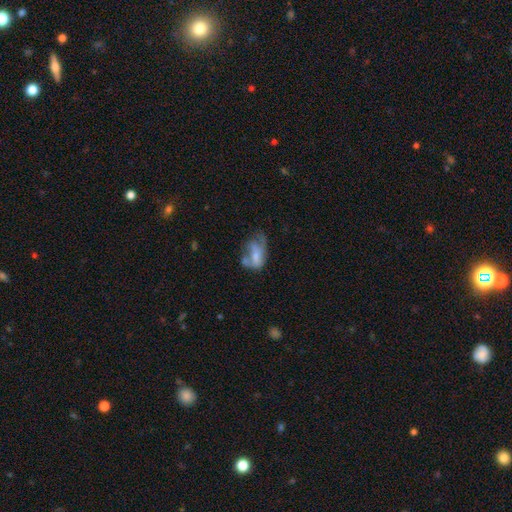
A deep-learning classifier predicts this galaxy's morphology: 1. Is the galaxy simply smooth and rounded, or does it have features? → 48% smooth, 42% featured or disk, 10% star or artifact.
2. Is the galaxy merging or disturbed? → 38% major disturbance, 23% none, 22% minor disturbance, 17% merger.